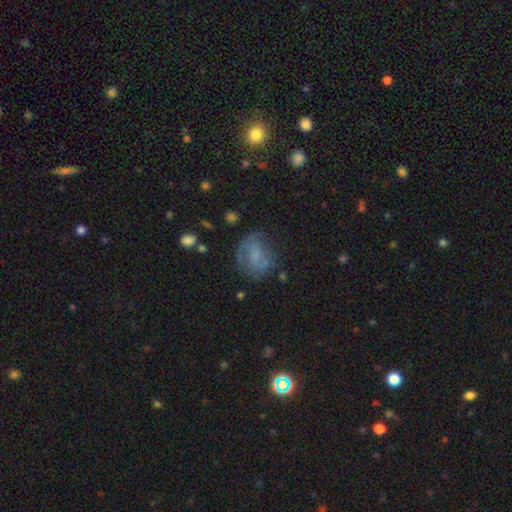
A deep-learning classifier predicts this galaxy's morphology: Q: Smooth or featured?
A: smooth (47%); runner-up: featured or disk (39%)
Q: Merging?
A: none (58%); runner-up: minor disturbance (24%)